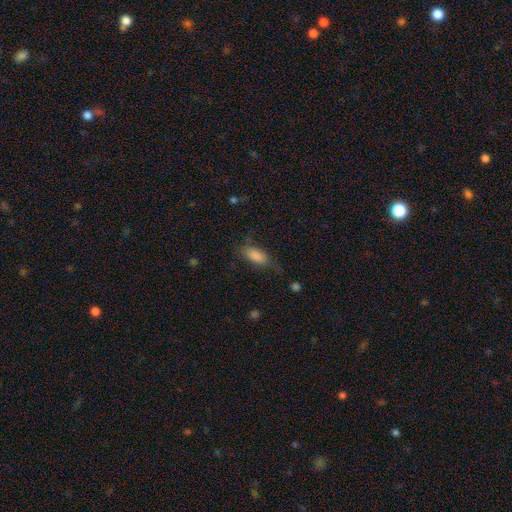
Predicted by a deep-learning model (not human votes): smooth 85%, star or artifact 8%, featured or disk 8%. Down the decision tree: how rounded — in between (86%); merging — none (63%).